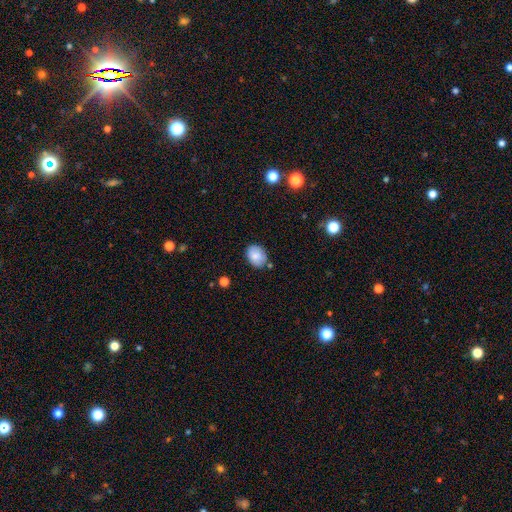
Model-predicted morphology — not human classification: A smooth galaxy with no disk features (83%) that is in between round and cigar-shaped (72%). Merging: none (77%).